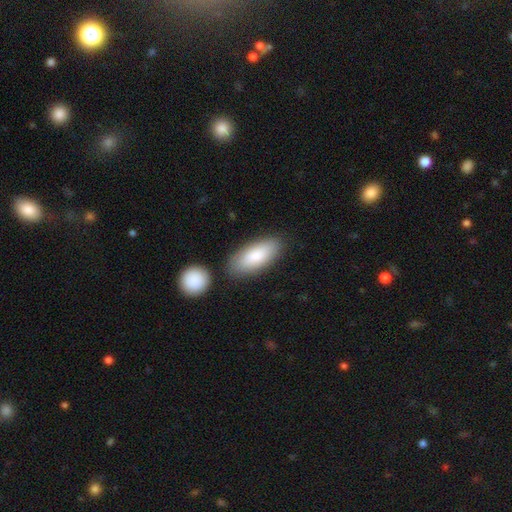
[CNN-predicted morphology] Overall: smooth (83%). How rounded: in between (84%). Merging: none (76%).